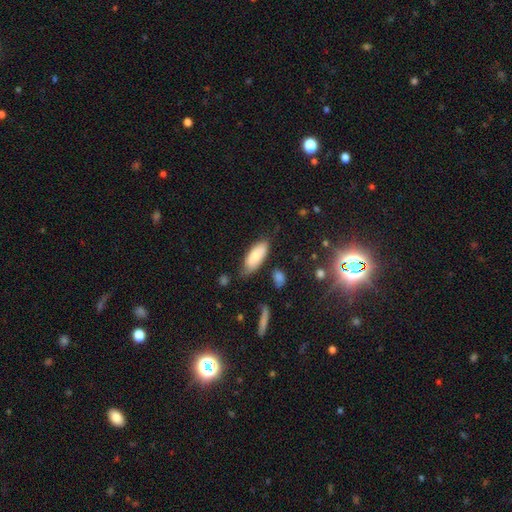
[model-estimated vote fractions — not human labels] Morphology: type=smooth (80%); roundness=in between (83%); merging=none (64%).